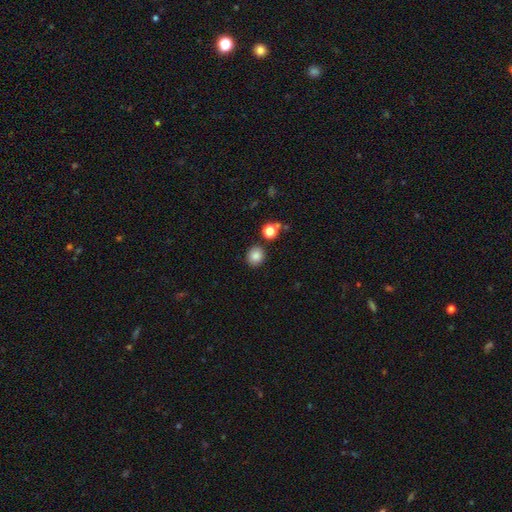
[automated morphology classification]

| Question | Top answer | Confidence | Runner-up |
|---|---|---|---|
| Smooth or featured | smooth | 85% | star or artifact (11%) |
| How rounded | round | 77% | in between (22%) |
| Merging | none | 85% | minor disturbance (8%) |